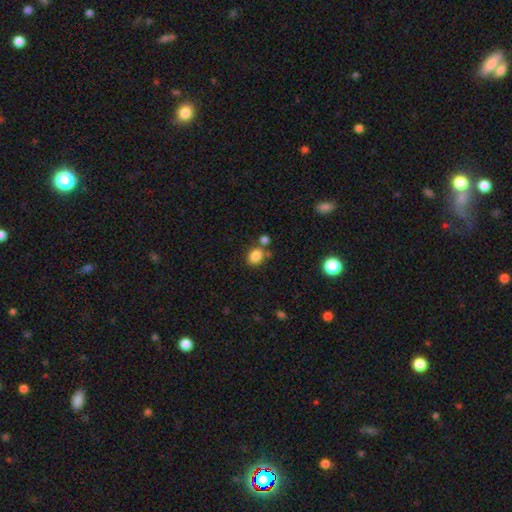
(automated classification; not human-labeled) Smooth or featured? Predicted: smooth (p=0.84). How rounded? Predicted: in between (p=0.54). Merging? Predicted: none (p=0.63).